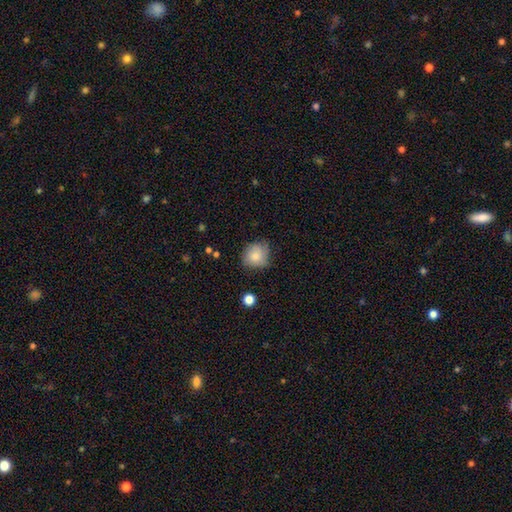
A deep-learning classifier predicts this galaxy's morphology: Smooth or featured?
  - smooth: 78% *
  - featured or disk: 13%
  - star or artifact: 9%
How rounded?
  - round: 81% *
  - in between: 18%
  - cigar-shaped: 1%
Merging?
  - none: 69% *
  - minor disturbance: 24%
  - major disturbance: 5%
  - merger: 2%